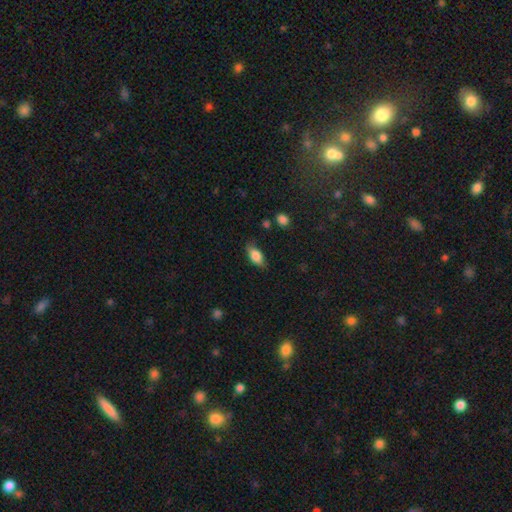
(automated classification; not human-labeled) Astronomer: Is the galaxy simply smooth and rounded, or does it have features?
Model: smooth — 81%.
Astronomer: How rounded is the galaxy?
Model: in between — 87%.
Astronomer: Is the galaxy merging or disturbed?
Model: none — 76%.